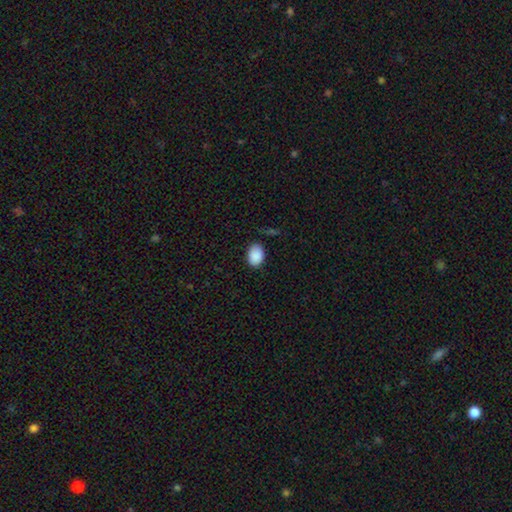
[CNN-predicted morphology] A smooth galaxy with no disk features (90%) that is in between round and cigar-shaped (82%). Merging: none (79%).